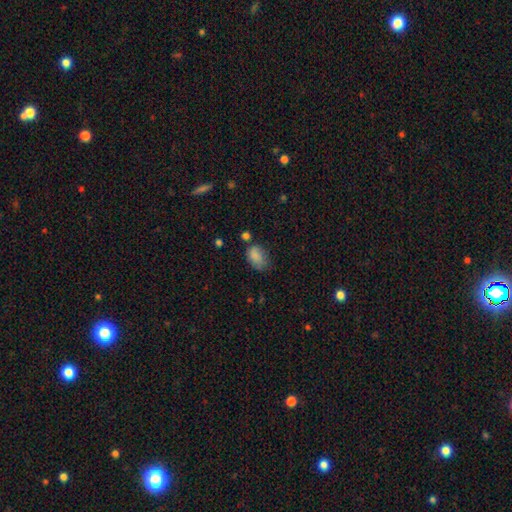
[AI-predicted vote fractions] smooth-or-featured: smooth: 82% | star or artifact: 9% | featured or disk: 9%
  how-rounded: in between: 83% | round: 15% | cigar-shaped: 1%
  merging: none: 49% | minor disturbance: 34% | major disturbance: 12% | merger: 6%